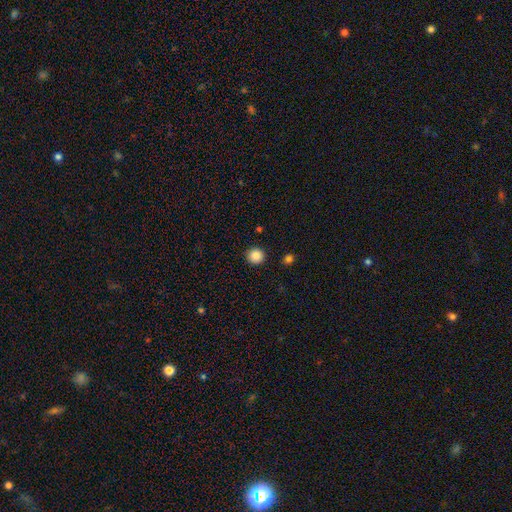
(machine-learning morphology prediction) A smooth galaxy with no disk features (86%) that is round (95%).

Vote fractions:
- Smooth or featured? smooth: 86% / star or artifact: 10% / featured or disk: 4%
- How rounded? round: 95% / in between: 4% / cigar-shaped: 1%
- Merging? none: 93% / minor disturbance: 5% / major disturbance: 2% / merger: 1%